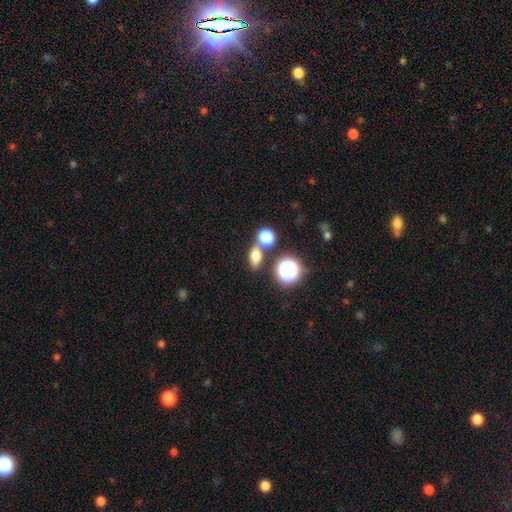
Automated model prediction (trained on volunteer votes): smooth-or-featured: smooth: 72% | star or artifact: 17% | featured or disk: 11%
  how-rounded: in between: 66% | round: 25% | cigar-shaped: 9%
  merging: none: 71% | merger: 15% | minor disturbance: 10% | major disturbance: 4%